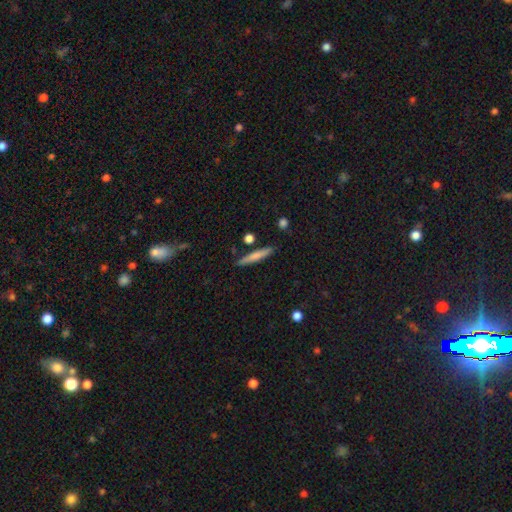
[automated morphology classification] smooth_or_featured: smooth (p=0.71) [alt: featured or disk p=0.23]
how_rounded: cigar-shaped (p=0.92) [alt: in between p=0.06]
merging: none (p=0.86) [alt: minor disturbance p=0.09]